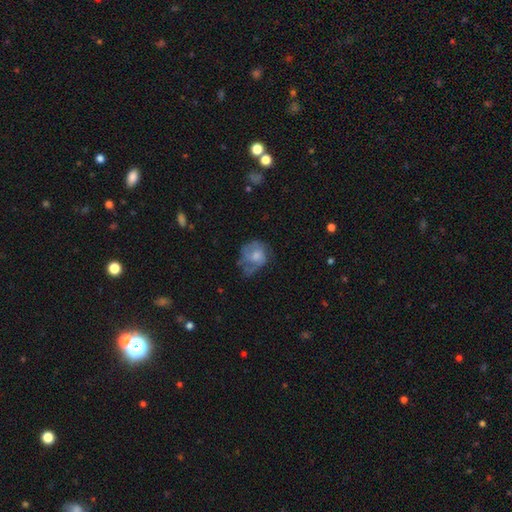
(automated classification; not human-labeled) Smooth or featured?
  - smooth: 47% *
  - featured or disk: 46%
  - star or artifact: 8%
Merging?
  - none: 37% *
  - minor disturbance: 31%
  - major disturbance: 29%
  - merger: 3%